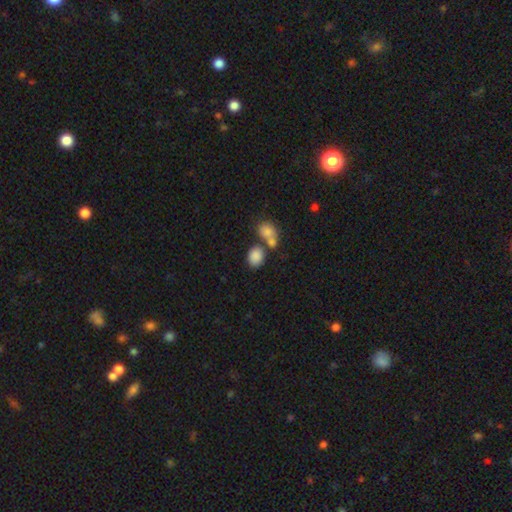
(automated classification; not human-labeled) Smooth or featured? Predicted: smooth (p=0.85). How rounded? Predicted: in between (p=0.60). Merging? Predicted: none (p=0.48).